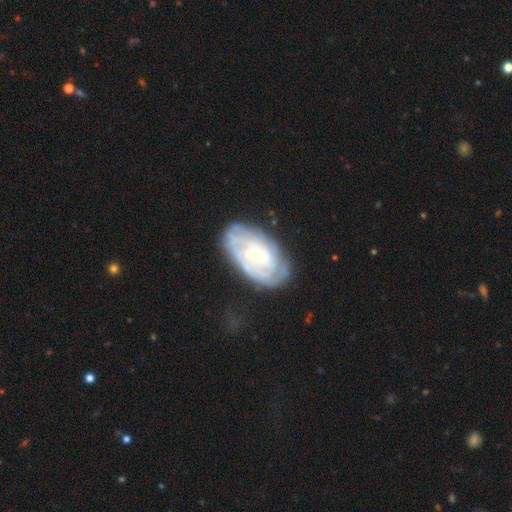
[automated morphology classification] Smooth or featured: featured or disk — 79% (smooth — 15%)
Edge-on disk: no — 95% (yes — 5%)
Bar: no — 57% (weak — 34%)
Spiral arms: yes — 90% (no — 10%)
Spiral winding: tight — 73% (medium — 21%)
Spiral arm count: can't tell — 50% (2 — 17%)
Bulge size: small — 69% (moderate — 27%)
Merging: none — 74% (minor disturbance — 19%)